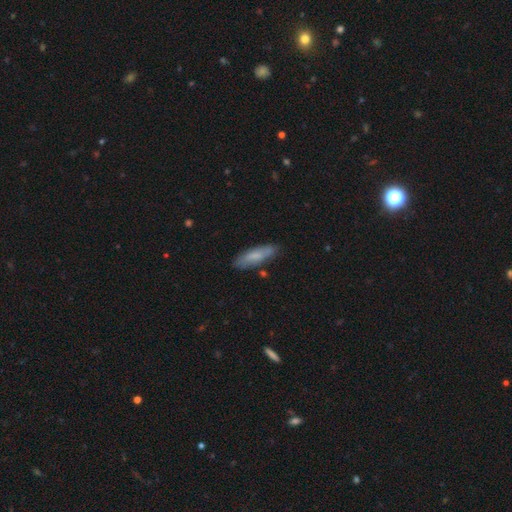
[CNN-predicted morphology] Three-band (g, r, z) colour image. It shows a smooth galaxy with no disk features (75%) that is cigar-shaped (59%). Merging: none (81%).